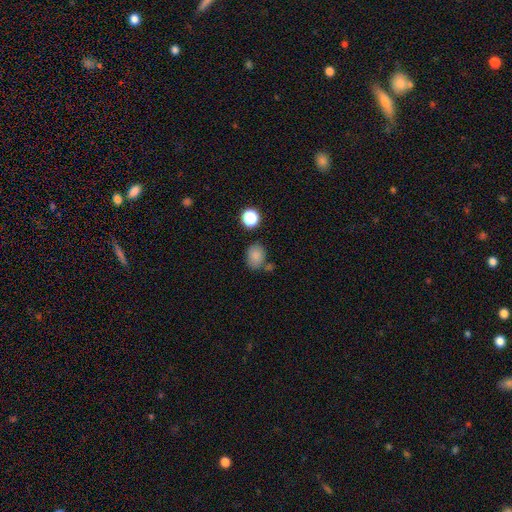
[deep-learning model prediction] A smooth galaxy with no disk features (83%) that is in between round and cigar-shaped (57%). Merging: none (64%).